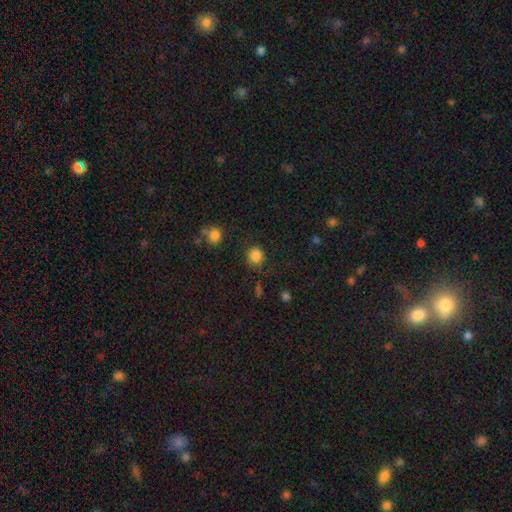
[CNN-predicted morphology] This is clearly a smooth galaxy (84%). How rounded: clearly round (90%). Merging: clearly none (83%).